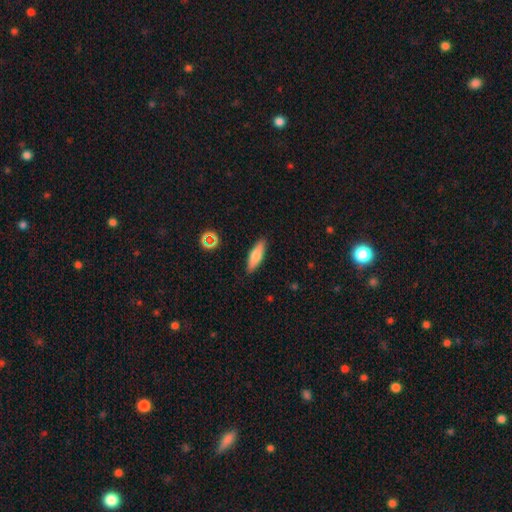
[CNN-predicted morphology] Smooth or featured? Predicted: smooth (p=0.74). How rounded? Predicted: cigar-shaped (p=0.53). Merging? Predicted: none (p=0.88).